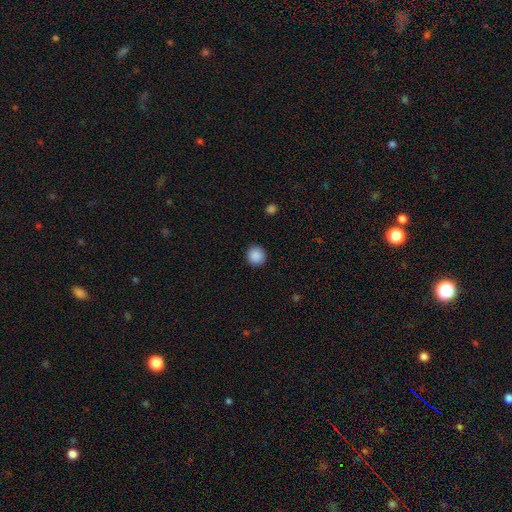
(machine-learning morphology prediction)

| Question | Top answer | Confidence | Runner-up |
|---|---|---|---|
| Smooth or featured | smooth | 88% | star or artifact (9%) |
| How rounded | round | 94% | in between (5%) |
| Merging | none | 92% | minor disturbance (5%) |